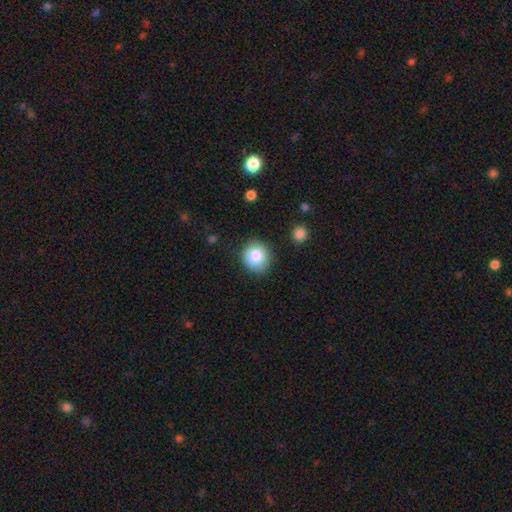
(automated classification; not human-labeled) Overall: smooth (82%). How rounded: round (85%). Merging: none (85%).